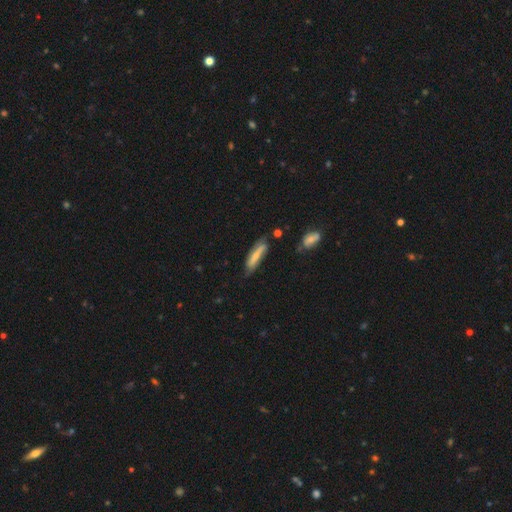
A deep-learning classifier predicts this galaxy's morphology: type=smooth (58%); roundness=cigar-shaped (72%); merging=none (60%).